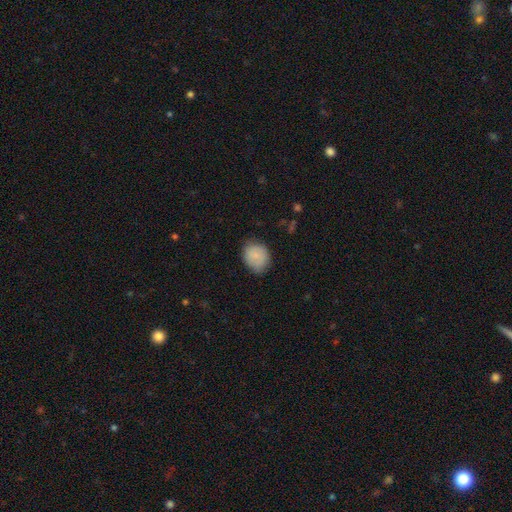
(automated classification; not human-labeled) Morphology: type=smooth (83%); roundness=round (61%); merging=none (71%).